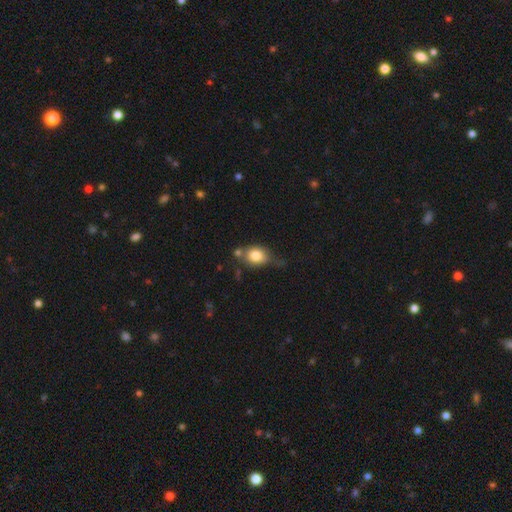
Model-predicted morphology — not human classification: The model was most divided on "how rounded": in between: 50%, round: 49%, cigar-shaped: 2%. Remaining: smooth or featured — smooth (78%); merging — none (49%).